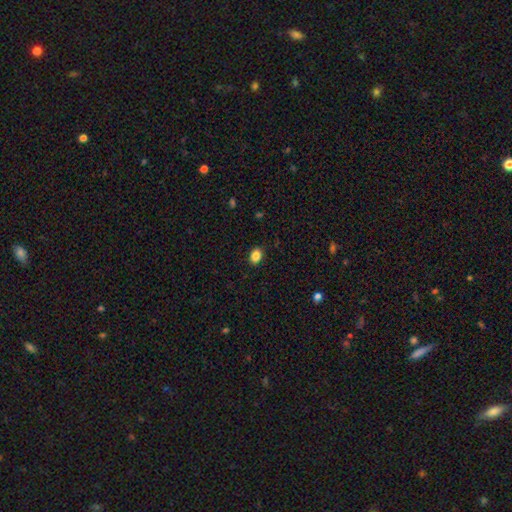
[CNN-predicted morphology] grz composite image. It shows a smooth galaxy with no disk features (86%) that is in between round and cigar-shaped (69%). Merging: none (89%).